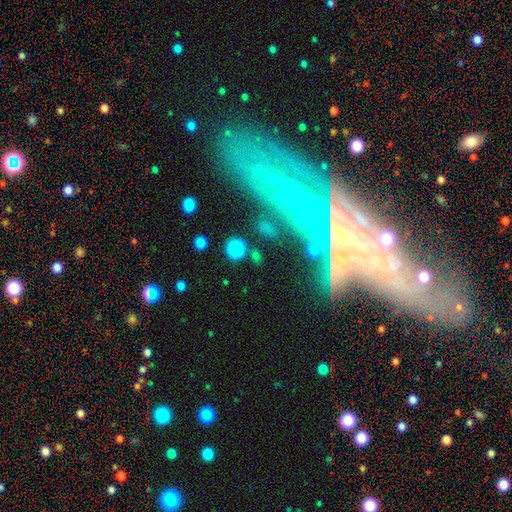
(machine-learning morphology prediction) smooth-or-featured: smooth: 66% | star or artifact: 22% | featured or disk: 12%
  how-rounded: round: 79% | in between: 19% | cigar-shaped: 3%
  merging: none: 78% | minor disturbance: 11% | major disturbance: 6% | merger: 5%